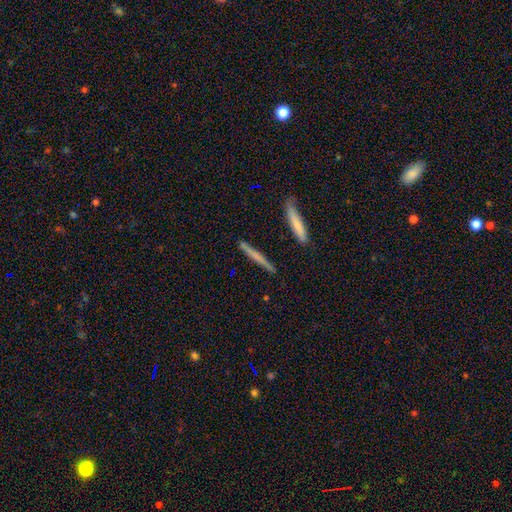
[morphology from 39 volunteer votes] A smooth galaxy with no disk features (54%) that is cigar-shaped (100%). Merging: none (79%).